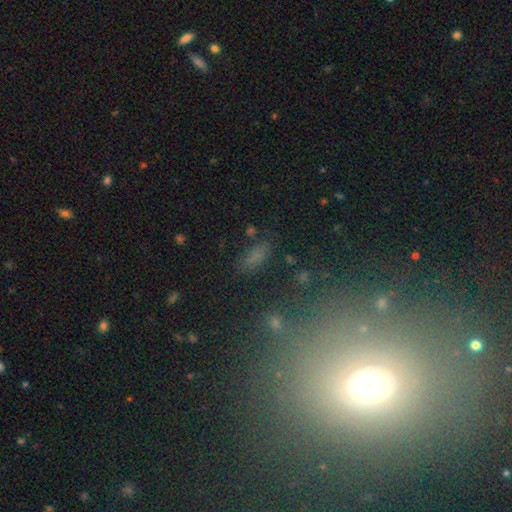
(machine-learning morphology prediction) A smooth galaxy with no disk features (67%) that is in between round and cigar-shaped (75%).

Vote fractions:
- Smooth or featured? smooth: 67% / star or artifact: 22% / featured or disk: 11%
- How rounded? in between: 75% / cigar-shaped: 18% / round: 6%
- Merging? none: 73% / minor disturbance: 15% / major disturbance: 7% / merger: 5%